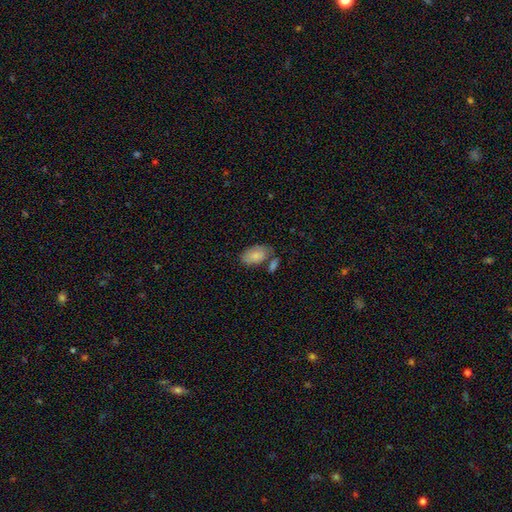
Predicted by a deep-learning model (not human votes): Smooth or featured? smooth (81%)
How rounded? in between (94%)
Merging? none (52%)